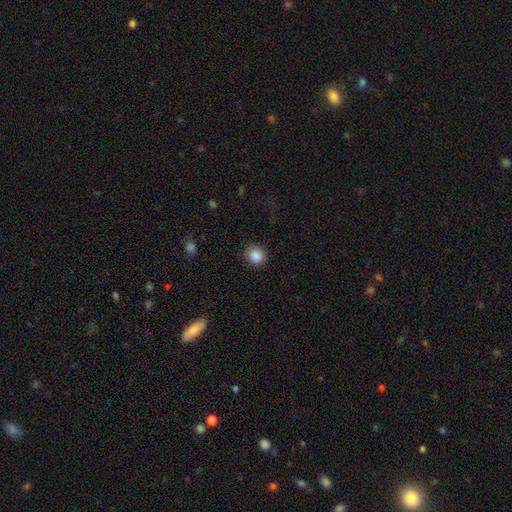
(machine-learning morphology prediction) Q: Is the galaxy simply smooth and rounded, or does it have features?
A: smooth — 87%.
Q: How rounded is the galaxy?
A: round — 66%.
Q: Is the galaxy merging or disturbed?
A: none — 86%.